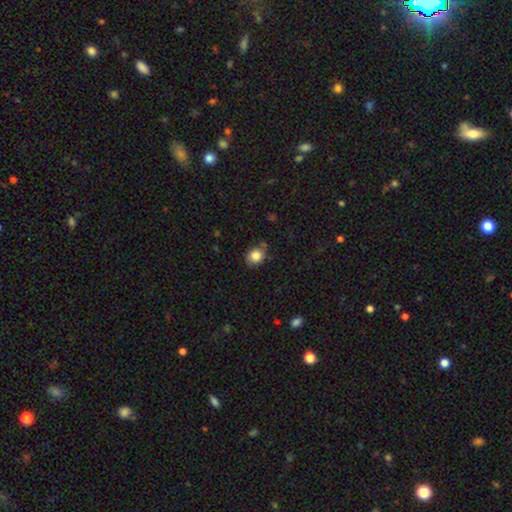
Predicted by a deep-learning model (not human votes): smooth-or-featured: smooth: 84% | star or artifact: 10% | featured or disk: 6%
  how-rounded: round: 67% | in between: 32% | cigar-shaped: 1%
  merging: none: 71% | minor disturbance: 21% | major disturbance: 4% | merger: 4%